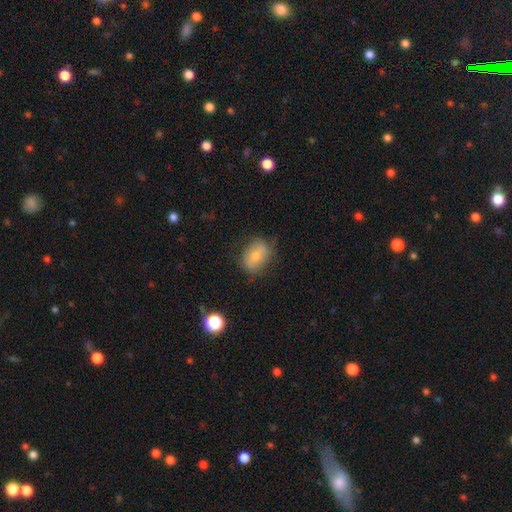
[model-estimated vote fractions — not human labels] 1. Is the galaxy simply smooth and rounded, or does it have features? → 68% smooth, 24% featured or disk, 9% star or artifact.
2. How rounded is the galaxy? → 72% in between, 27% round, 2% cigar-shaped.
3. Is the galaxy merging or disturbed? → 71% none, 21% minor disturbance, 6% major disturbance, 2% merger.